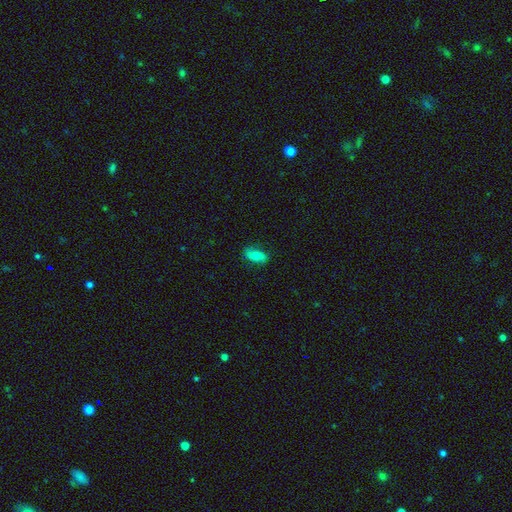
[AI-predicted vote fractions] smooth_or_featured: smooth (p=0.67) [alt: featured or disk p=0.25]
how_rounded: in between (p=0.85) [alt: cigar-shaped p=0.10]
merging: none (p=0.79) [alt: minor disturbance p=0.16]